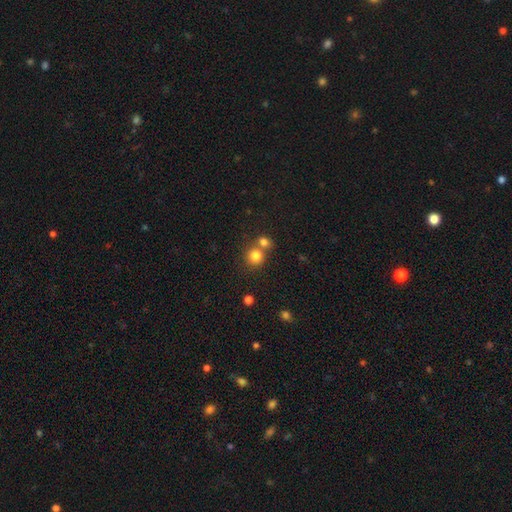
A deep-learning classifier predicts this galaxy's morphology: Overall: smooth (80%). How rounded: round (87%). Merging: none (54%; merger 37%).